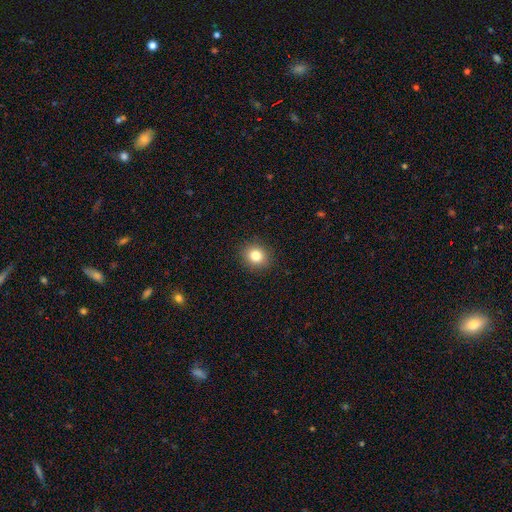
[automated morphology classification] Smooth or featured? Predicted: smooth (p=0.82). How rounded? Predicted: round (p=0.79). Merging? Predicted: none (p=0.90).